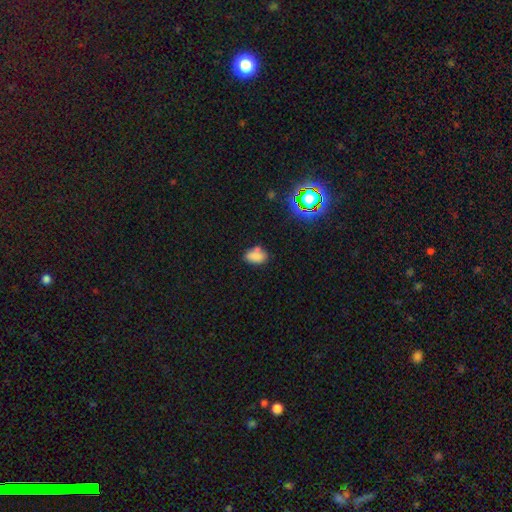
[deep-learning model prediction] Q: Smooth or featured?
A: smooth (78%); runner-up: star or artifact (14%)
Q: How rounded?
A: in between (86%); runner-up: round (12%)
Q: Merging?
A: none (64%); runner-up: minor disturbance (21%)